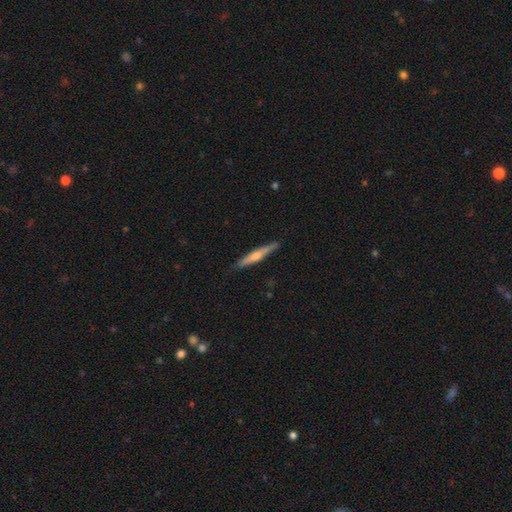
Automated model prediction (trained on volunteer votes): smooth-or-featured: featured or disk: 48% | smooth: 47% | star or artifact: 5%
  merging: none: 87% | minor disturbance: 10% | major disturbance: 2% | merger: 1%